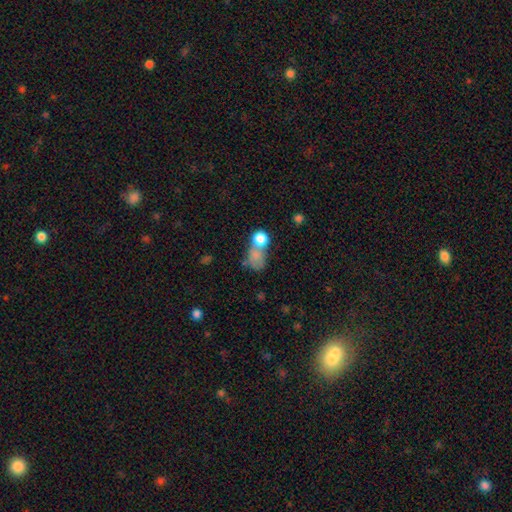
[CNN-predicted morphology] Q: Smooth or featured?
A: smooth (70%); runner-up: featured or disk (16%)
Q: How rounded?
A: round (49%); tied with: in between (49%)
Q: Merging?
A: merger (48%); runner-up: none (23%)